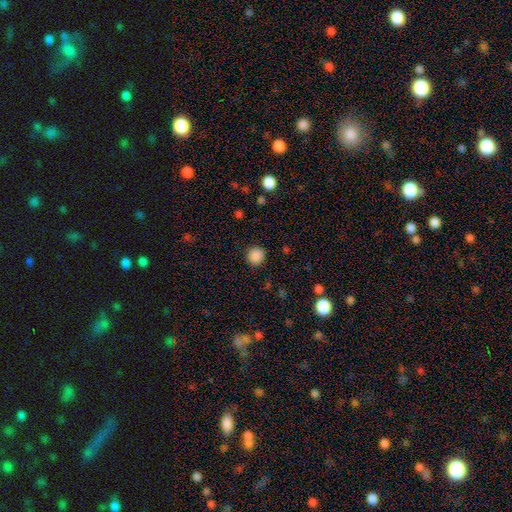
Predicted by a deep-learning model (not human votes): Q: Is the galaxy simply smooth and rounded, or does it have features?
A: smooth — 88%.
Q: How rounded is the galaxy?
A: round — 90%.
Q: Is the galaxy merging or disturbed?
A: none — 90%.